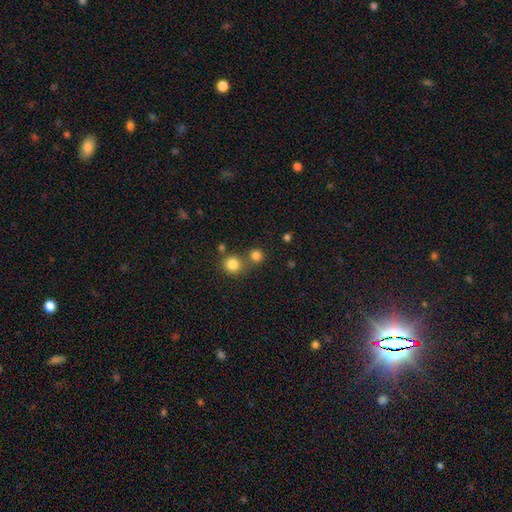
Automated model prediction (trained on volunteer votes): Q: Smooth or featured?
A: smooth (80%); runner-up: star or artifact (15%)
Q: How rounded?
A: round (90%); runner-up: in between (9%)
Q: Merging?
A: none (64%); runner-up: merger (27%)